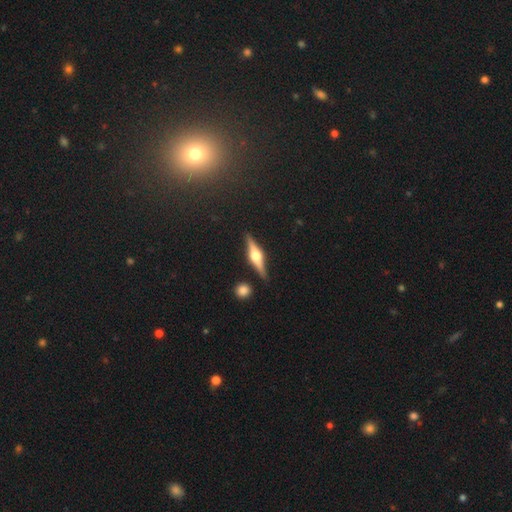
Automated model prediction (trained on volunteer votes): Smooth or featured? featured or disk (78%)
Edge-on disk? yes (98%)
Edge-on bulge? rounded (94%)
Merging? none (87%)